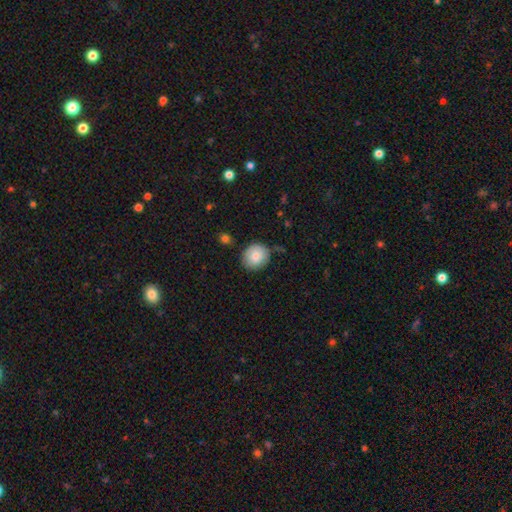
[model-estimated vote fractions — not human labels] Morphology: type=smooth (82%); roundness=round (82%); merging=none (77%).